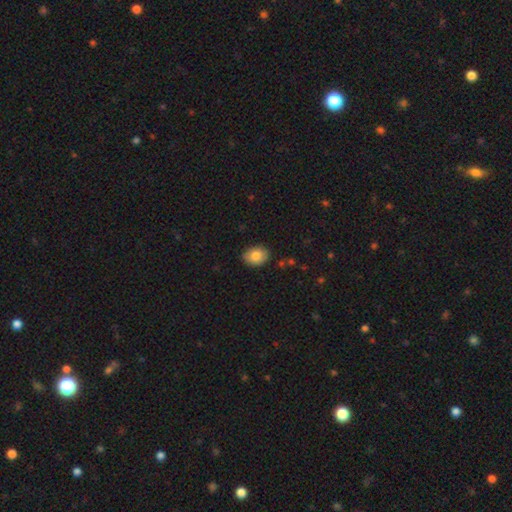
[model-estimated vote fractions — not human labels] Smooth or featured: smooth — 83% (featured or disk — 9%)
How rounded: in between — 71% (round — 28%)
Merging: none — 86% (minor disturbance — 11%)